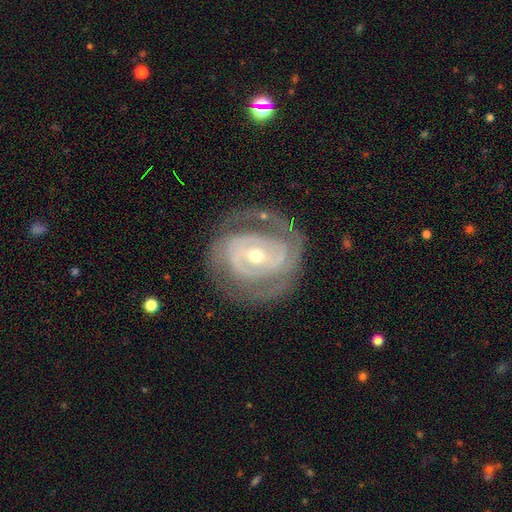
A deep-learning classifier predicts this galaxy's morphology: smooth_or_featured: featured or disk (p=0.83) [alt: smooth p=0.11]
disk_edge_on: no (p=0.96) [alt: yes p=0.04]
bar: no (p=0.42) [alt: weak p=0.32]
has_spiral_arms: yes (p=0.83) [alt: no p=0.17]
spiral_winding: tight (p=0.65) [alt: medium p=0.26]
spiral_arm_count: 2 (p=0.52) [alt: can't tell p=0.25]
bulge_size: small (p=0.52) [alt: moderate p=0.44]
merging: none (p=0.70) [alt: minor disturbance p=0.15]